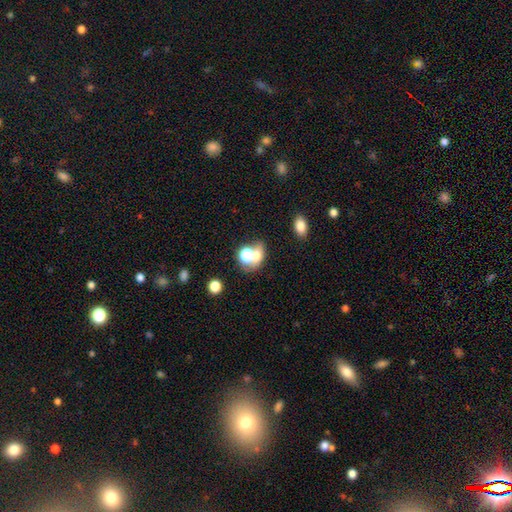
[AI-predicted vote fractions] smooth-or-featured: smooth: 64% | star or artifact: 19% | featured or disk: 17%
  how-rounded: in between: 52% | round: 46% | cigar-shaped: 2%
  merging: merger: 46% | none: 39% | minor disturbance: 9% | major disturbance: 6%